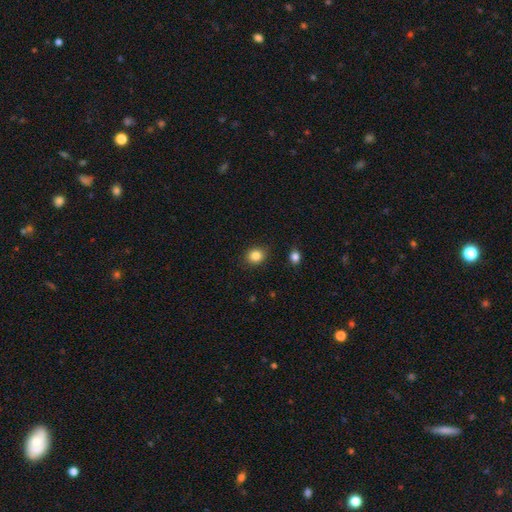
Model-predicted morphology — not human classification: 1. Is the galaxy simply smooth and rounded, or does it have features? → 85% smooth, 10% star or artifact, 5% featured or disk.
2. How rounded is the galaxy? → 70% round, 29% in between, 1% cigar-shaped.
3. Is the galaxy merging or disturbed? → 87% none, 9% minor disturbance, 2% major disturbance, 2% merger.